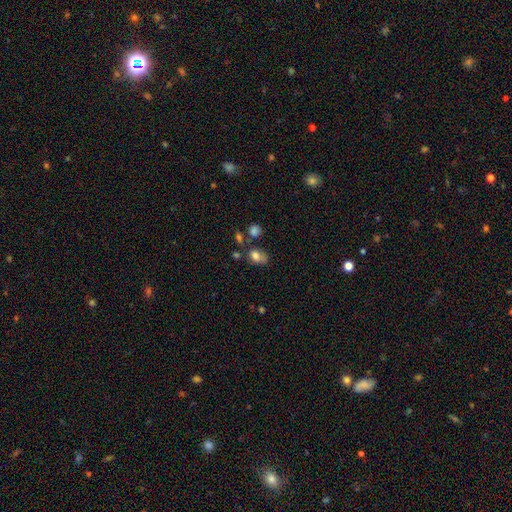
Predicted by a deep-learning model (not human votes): Smooth or featured? smooth (77%)
How rounded? in between (76%)
Merging? none (43%)